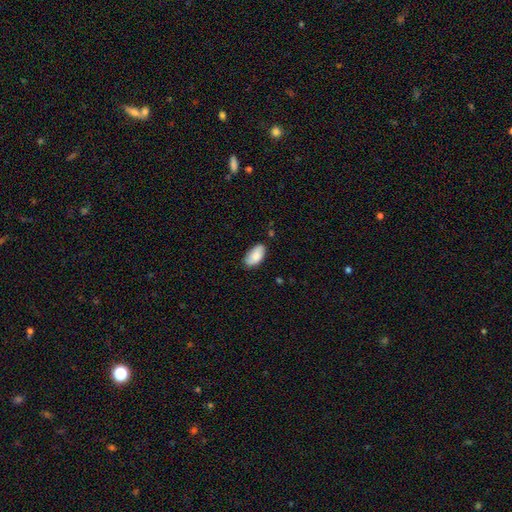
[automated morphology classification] The model was most divided on "merging": none: 77%, minor disturbance: 18%, major disturbance: 3%, merger: 2%. More confident: how rounded — in between (95%); smooth or featured — smooth (84%).